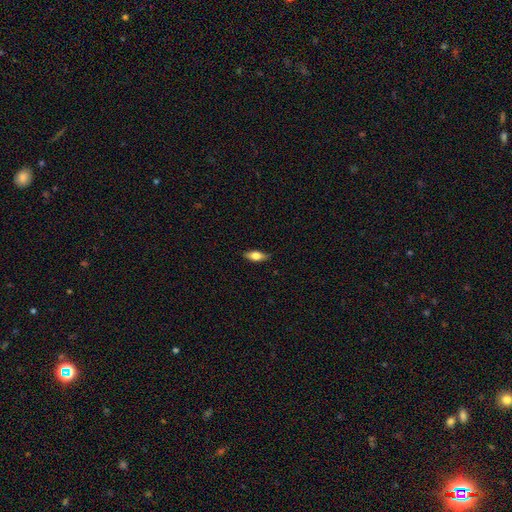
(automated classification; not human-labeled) This is likely a smooth galaxy (65%). How rounded: likely in between (75%). Merging: clearly none (85%).